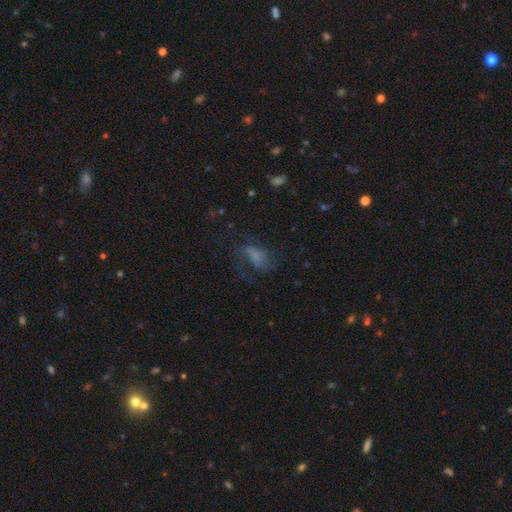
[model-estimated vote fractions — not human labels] This appears to be a smooth galaxy with no disk features (43%). Merging: none (39%).